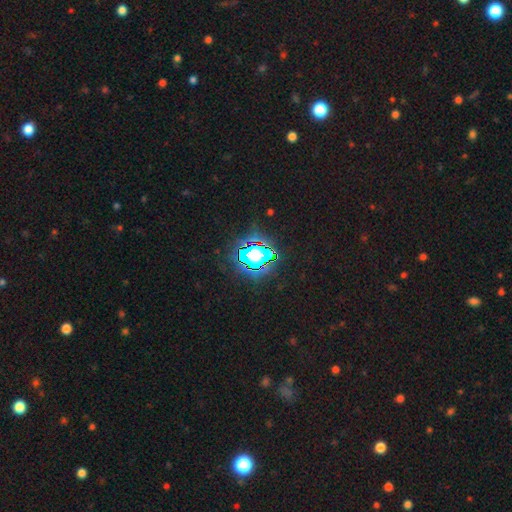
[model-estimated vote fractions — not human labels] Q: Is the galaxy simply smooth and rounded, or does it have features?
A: star or artifact — 66%.